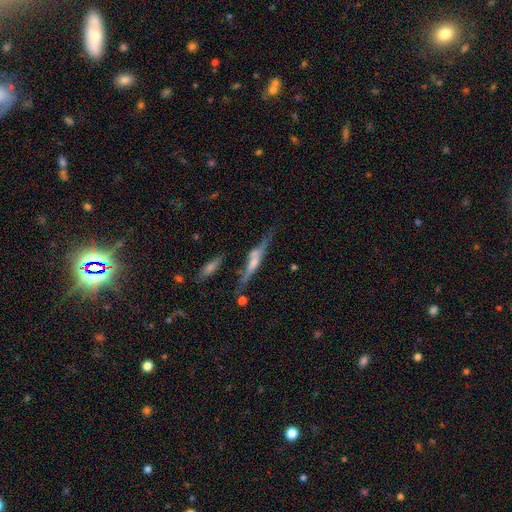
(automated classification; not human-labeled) This appears to be a featured or disk galaxy (75%) viewed edge-on (96%) with a rounded central bulge (68%). Merging: none (75%).